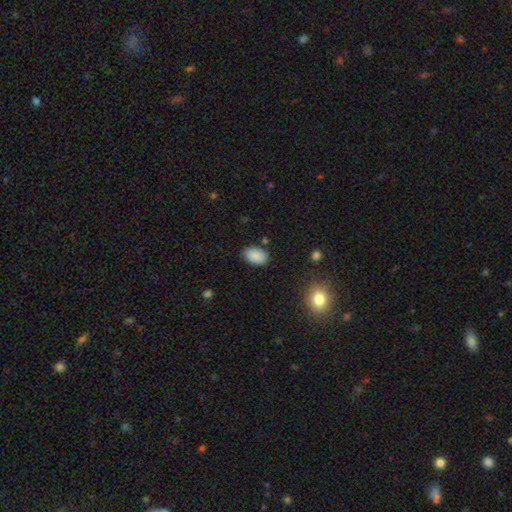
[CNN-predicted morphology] smooth 88%, star or artifact 8%, featured or disk 4%. Down the decision tree: how rounded — in between (89%); merging — none (85%).